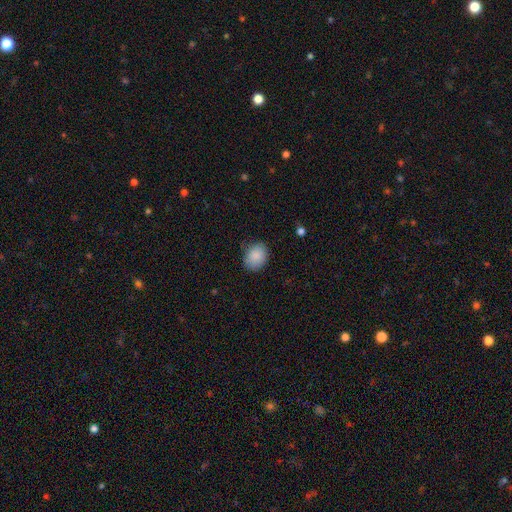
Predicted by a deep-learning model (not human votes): A smooth galaxy with no disk features (88%) that is in between round and cigar-shaped (57%). Merging: none (80%).